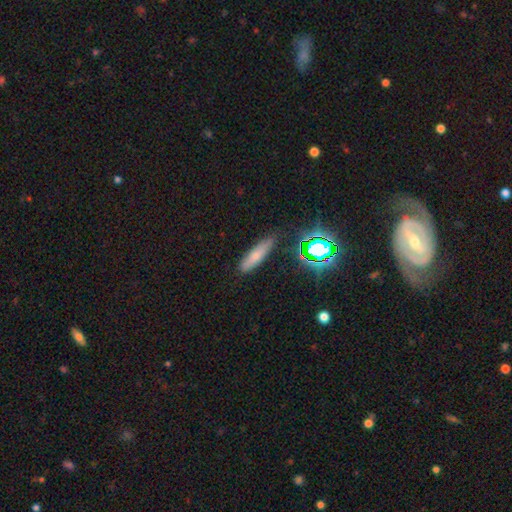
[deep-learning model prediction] Overall: smooth (64%). How rounded: cigar-shaped (73%). Merging: none (82%).